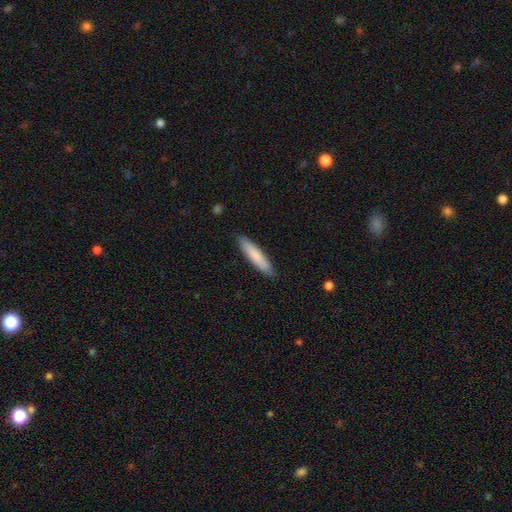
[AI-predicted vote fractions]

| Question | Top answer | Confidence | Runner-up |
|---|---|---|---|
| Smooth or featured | smooth | 80% | featured or disk (14%) |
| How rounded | cigar-shaped | 84% | in between (15%) |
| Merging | none | 89% | minor disturbance (9%) |